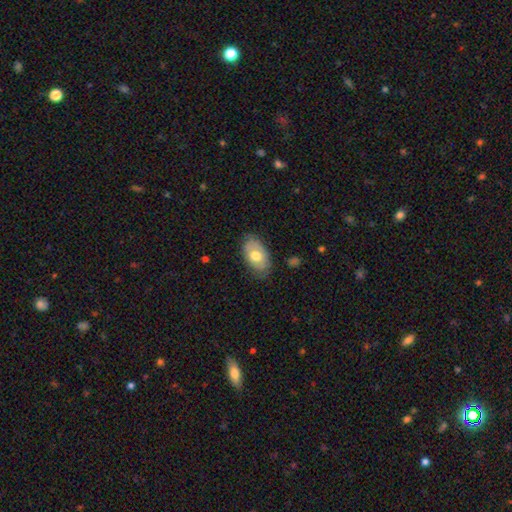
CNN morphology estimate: Smooth or featured? smooth (63%)
How rounded? in between (91%)
Merging? none (73%)